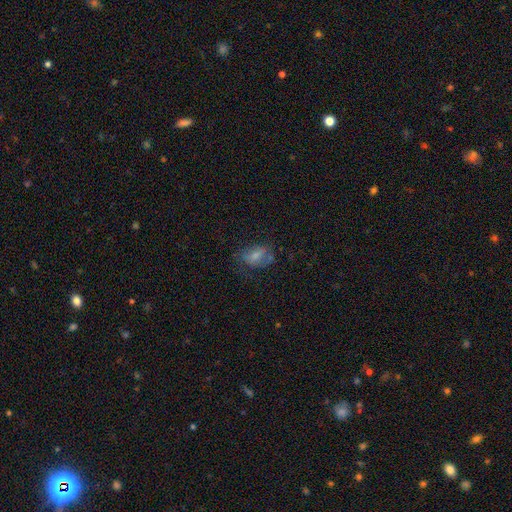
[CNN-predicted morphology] This is possibly a smooth galaxy (55%). How rounded: clearly in between (81%). Merging: possibly none (48%).